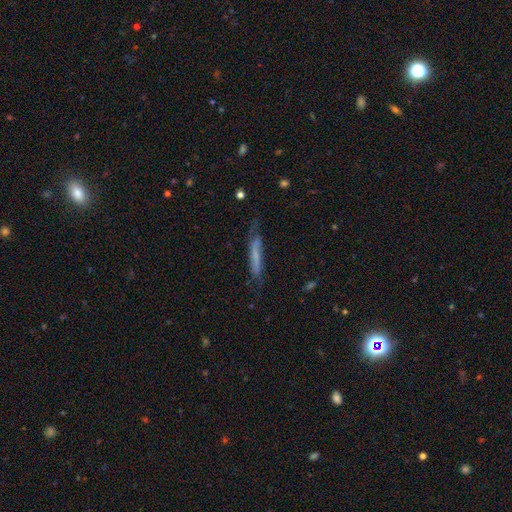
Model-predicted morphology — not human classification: Smooth or featured?
  - smooth: 55% *
  - featured or disk: 37%
  - star or artifact: 9%
How rounded?
  - cigar-shaped: 91% *
  - in between: 7%
  - round: 2%
Merging?
  - none: 56% *
  - minor disturbance: 27%
  - major disturbance: 13%
  - merger: 3%